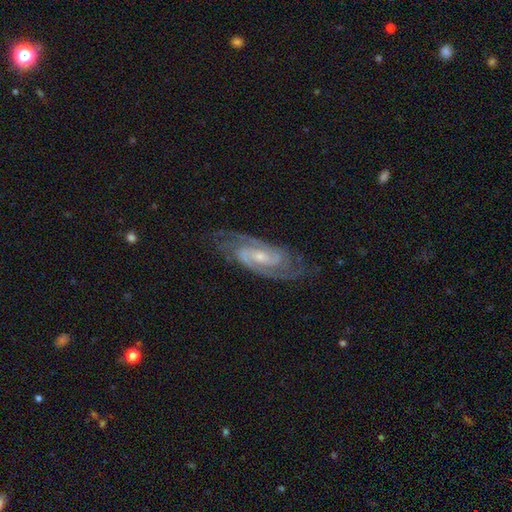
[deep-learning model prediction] Smooth or featured?
  - featured or disk: 85% *
  - star or artifact: 8%
  - smooth: 7%
Edge-on disk?
  - no: 92% *
  - yes: 8%
Bar?
  - weak: 50% *
  - no: 28%
  - strong: 22%
Spiral arms?
  - yes: 97% *
  - no: 3%
Spiral winding?
  - medium: 46% *
  - tight: 43%
  - loose: 11%
Spiral arm count?
  - 2: 80% *
  - can't tell: 8%
  - 3: 5%
  - 4: 2%
  - 1: 2%
  - more than 4: 2%
Bulge size?
  - small: 60% *
  - moderate: 34%
  - none: 3%
  - large: 2%
  - dominant: 1%
Merging?
  - none: 82% *
  - minor disturbance: 13%
  - major disturbance: 4%
  - merger: 1%